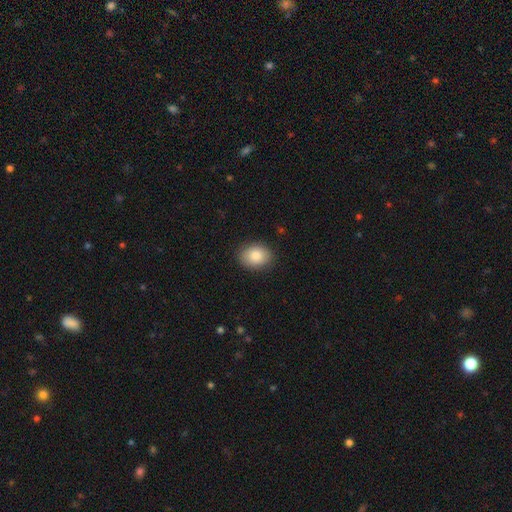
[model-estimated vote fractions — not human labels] This is clearly a smooth galaxy (86%). How rounded: likely in between (60%). Merging: clearly none (87%).